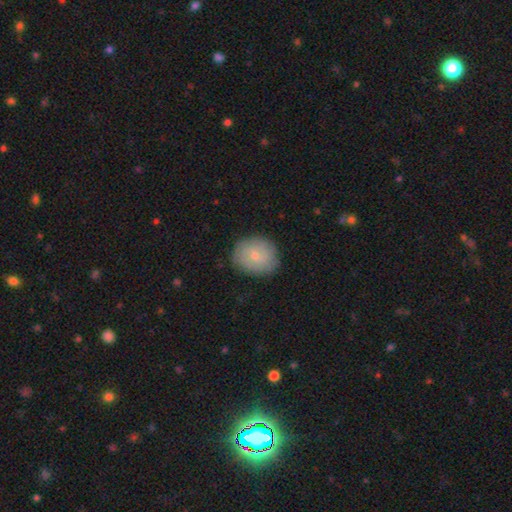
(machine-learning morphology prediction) smooth 51%, featured or disk 42%, star or artifact 7%. Down the decision tree: how rounded — round (66%); merging — none (84%).